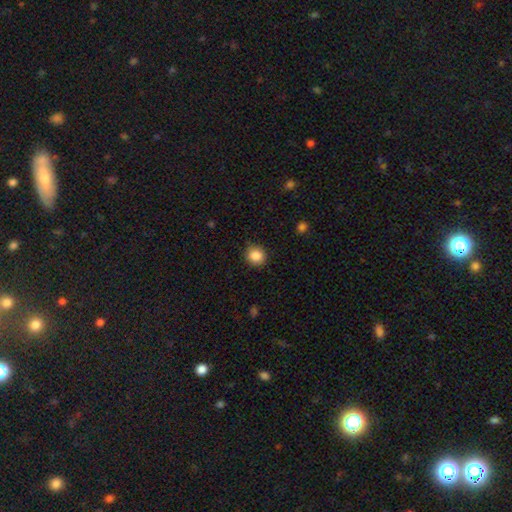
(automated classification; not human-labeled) Morphology: type=smooth (85%); roundness=round (85%); merging=none (89%).